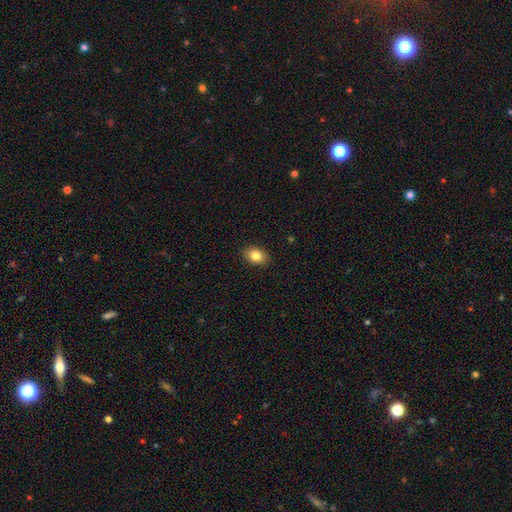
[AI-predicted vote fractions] This is clearly a smooth galaxy (83%). How rounded: likely in between (75%). Merging: clearly none (89%).